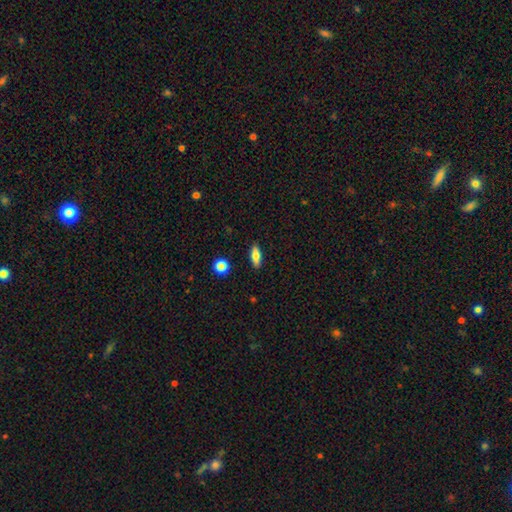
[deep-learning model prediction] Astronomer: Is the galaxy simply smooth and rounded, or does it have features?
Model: smooth — 76%.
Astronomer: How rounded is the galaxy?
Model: in between — 68%.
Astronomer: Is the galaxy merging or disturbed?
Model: none — 89%.